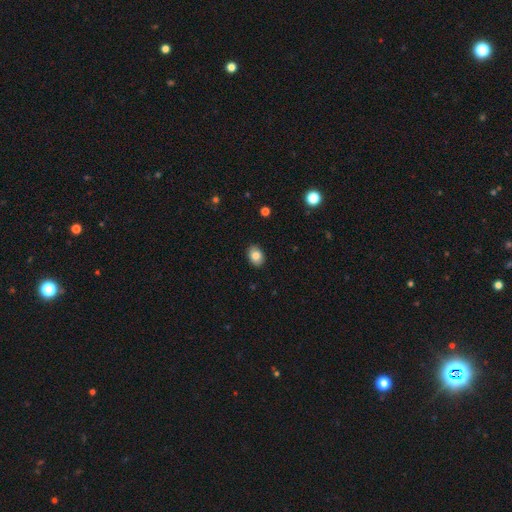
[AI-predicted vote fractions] Smooth or featured?
  - smooth: 83% *
  - featured or disk: 9%
  - star or artifact: 8%
How rounded?
  - in between: 74% *
  - round: 25%
  - cigar-shaped: 1%
Merging?
  - none: 89% *
  - minor disturbance: 9%
  - major disturbance: 2%
  - merger: 1%